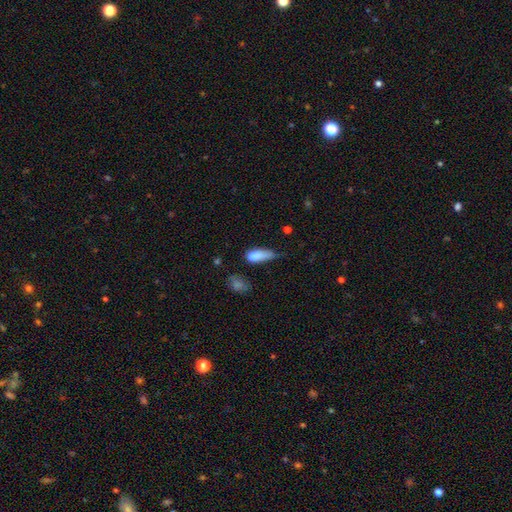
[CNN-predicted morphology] This appears to be a smooth galaxy with no disk features (79%) that is in between round and cigar-shaped (70%). Merging: minor disturbance (44%).